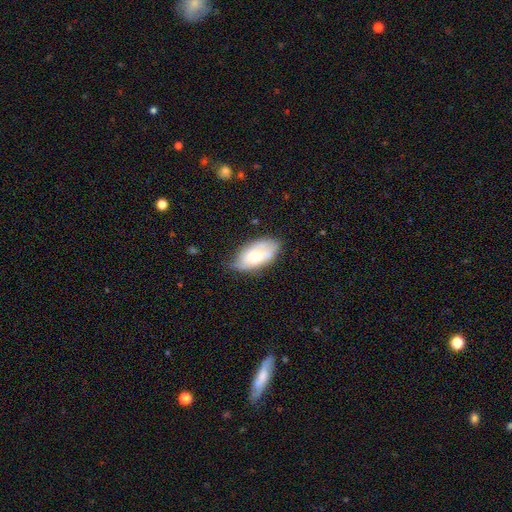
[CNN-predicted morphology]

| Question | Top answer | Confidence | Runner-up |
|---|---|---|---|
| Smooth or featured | smooth | 60% | featured or disk (33%) |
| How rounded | in between | 93% | round (4%) |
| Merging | none | 58% | minor disturbance (32%) |